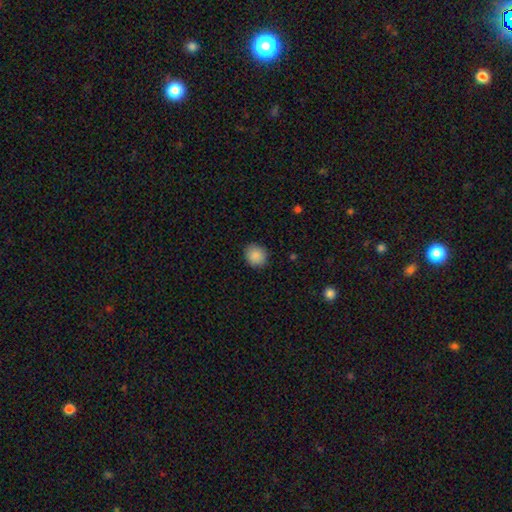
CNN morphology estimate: smooth_or_featured: smooth (p=0.88) [alt: star or artifact p=0.09]
how_rounded: round (p=0.80) [alt: in between p=0.19]
merging: none (p=0.89) [alt: minor disturbance p=0.08]